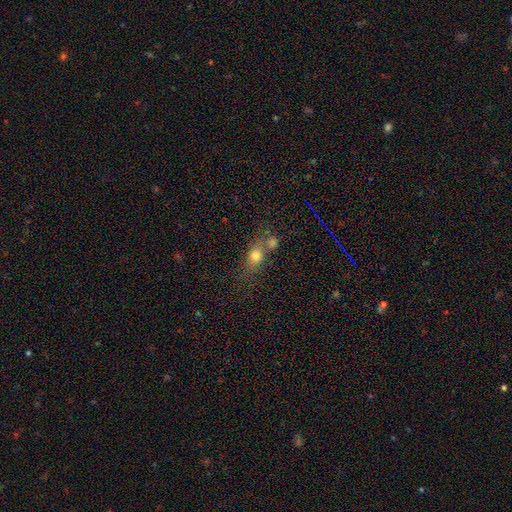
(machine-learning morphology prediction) smooth-or-featured: smooth: 73% | featured or disk: 14% | star or artifact: 13%
  how-rounded: in between: 49% | round: 43% | cigar-shaped: 8%
  merging: none: 42% | merger: 38% | minor disturbance: 13% | major disturbance: 7%